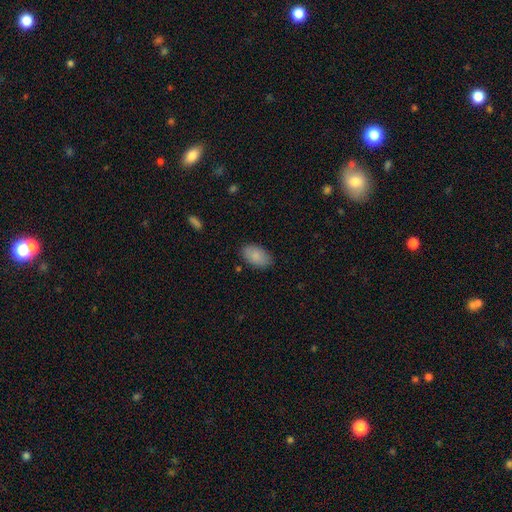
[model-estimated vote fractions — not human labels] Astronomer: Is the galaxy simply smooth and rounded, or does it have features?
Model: smooth — 87%.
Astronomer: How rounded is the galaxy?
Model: in between — 94%.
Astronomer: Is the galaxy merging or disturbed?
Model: none — 84%.